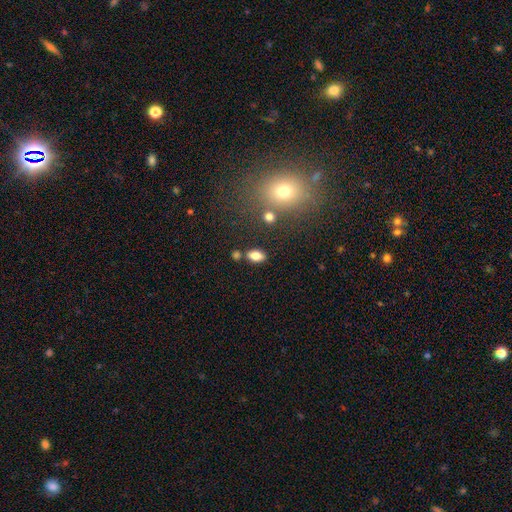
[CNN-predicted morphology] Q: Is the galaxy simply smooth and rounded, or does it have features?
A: smooth — 81%.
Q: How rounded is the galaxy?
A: in between — 89%.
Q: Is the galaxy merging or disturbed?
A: none — 77%.